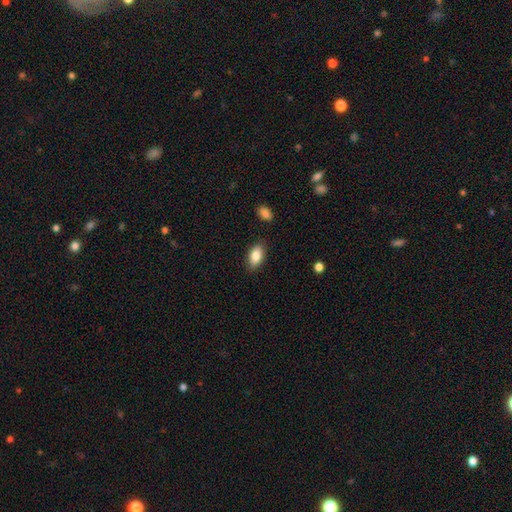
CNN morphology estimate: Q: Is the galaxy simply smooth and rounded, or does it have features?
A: smooth — 85%.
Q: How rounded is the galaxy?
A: in between — 92%.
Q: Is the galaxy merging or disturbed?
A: none — 86%.